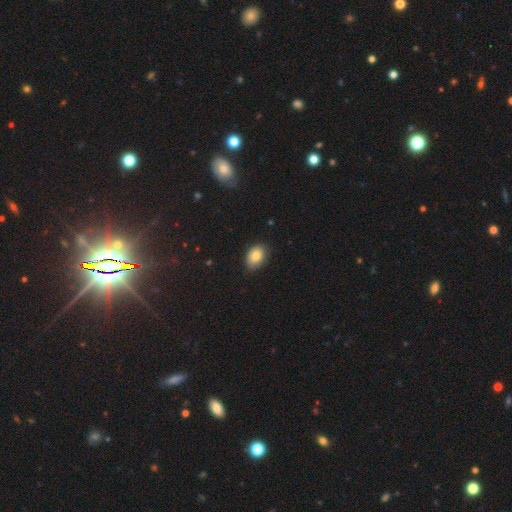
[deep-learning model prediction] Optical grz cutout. It shows a smooth galaxy with no disk features (84%) that is in between round and cigar-shaped (80%). Merging: none (78%).